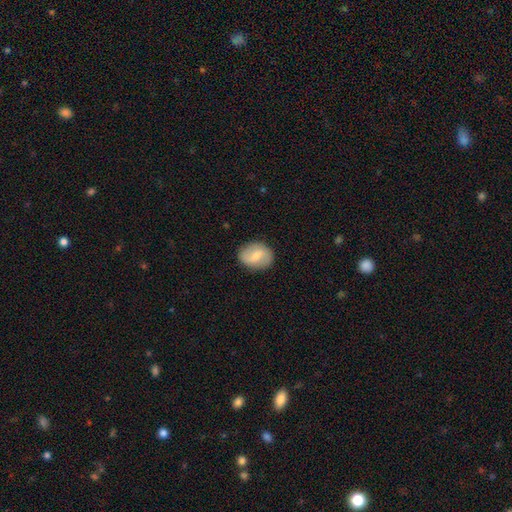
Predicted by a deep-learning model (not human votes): Smooth or featured?
  - smooth: 53% *
  - featured or disk: 40%
  - star or artifact: 7%
How rounded?
  - in between: 56% *
  - round: 43%
  - cigar-shaped: 1%
Merging?
  - none: 84% *
  - minor disturbance: 11%
  - major disturbance: 3%
  - merger: 1%